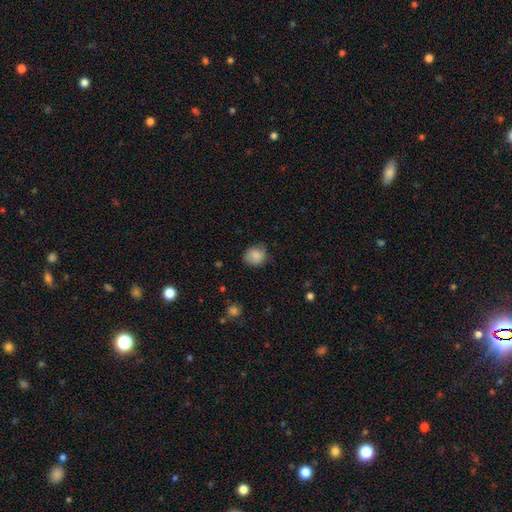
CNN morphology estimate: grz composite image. It shows a smooth galaxy with no disk features (84%) that is round (72%). Merging: none (70%).